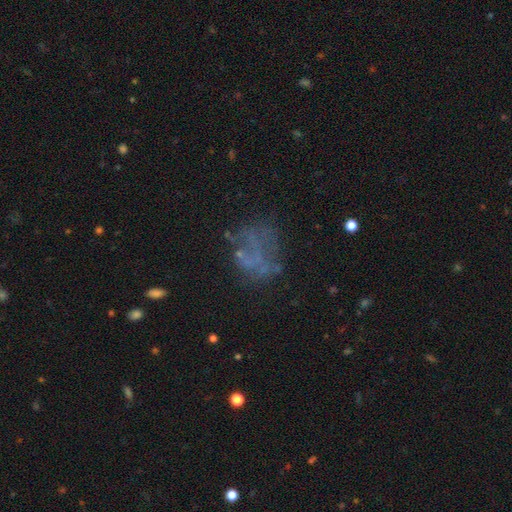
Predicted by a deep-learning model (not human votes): smooth_or_featured: featured or disk (p=0.42) [alt: star or artifact p=0.30]
merging: none (p=0.55) [alt: major disturbance p=0.23]